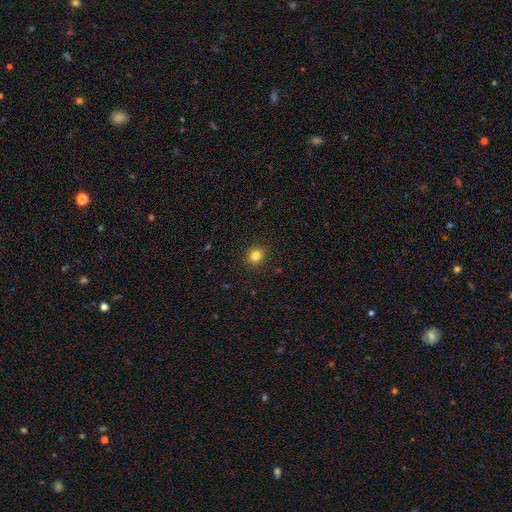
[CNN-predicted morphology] Q: Smooth or featured?
A: smooth (82%); runner-up: star or artifact (12%)
Q: How rounded?
A: round (89%); runner-up: in between (11%)
Q: Merging?
A: none (92%); runner-up: minor disturbance (5%)